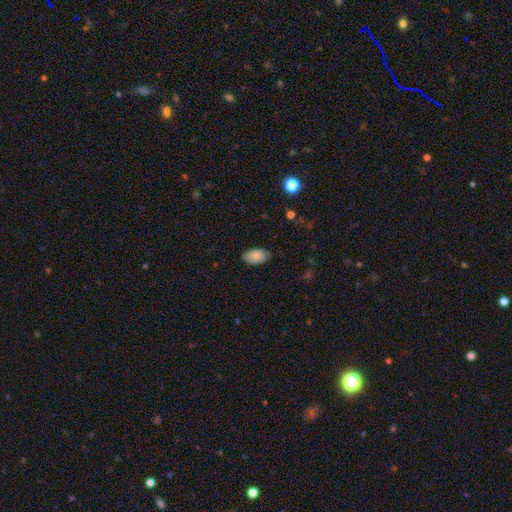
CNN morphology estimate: smooth_or_featured: smooth (p=0.82) [alt: featured or disk p=0.11]
how_rounded: in between (p=0.94) [alt: round p=0.04]
merging: none (p=0.78) [alt: minor disturbance p=0.18]